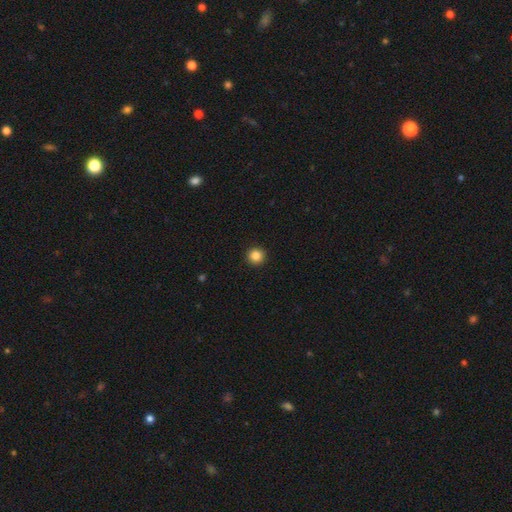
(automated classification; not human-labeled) smooth-or-featured: smooth: 85% | star or artifact: 11% | featured or disk: 4%
  how-rounded: round: 95% | in between: 4% | cigar-shaped: 1%
  merging: none: 93% | minor disturbance: 4% | major disturbance: 1% | merger: 1%